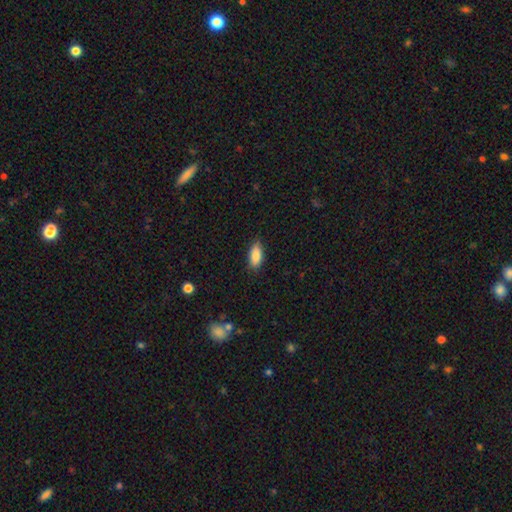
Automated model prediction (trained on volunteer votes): Smooth or featured? Predicted: smooth (p=0.87). How rounded? Predicted: in between (p=0.86). Merging? Predicted: none (p=0.84).